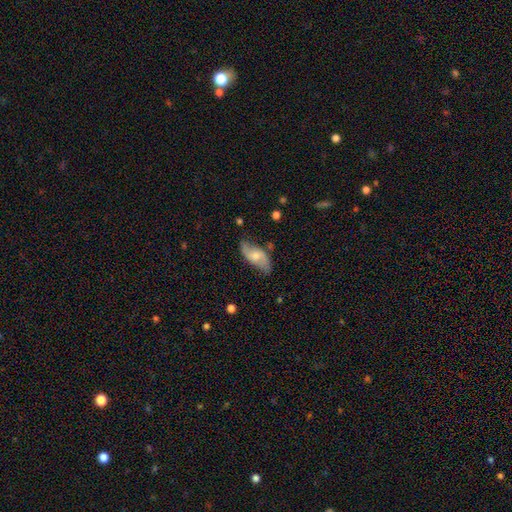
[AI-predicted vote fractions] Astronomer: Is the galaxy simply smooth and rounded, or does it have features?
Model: featured or disk — 62%.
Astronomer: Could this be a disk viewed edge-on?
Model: no — 93%.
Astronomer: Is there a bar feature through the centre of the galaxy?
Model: no — 57% (runner-up: weak, 36%).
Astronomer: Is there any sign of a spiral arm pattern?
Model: yes — 88%.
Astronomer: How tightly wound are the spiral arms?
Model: loose — 59%.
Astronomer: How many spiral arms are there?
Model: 2 — 88%.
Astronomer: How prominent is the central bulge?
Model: moderate — 51% (runner-up: small, 39%).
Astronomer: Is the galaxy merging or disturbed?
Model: none — 69%.